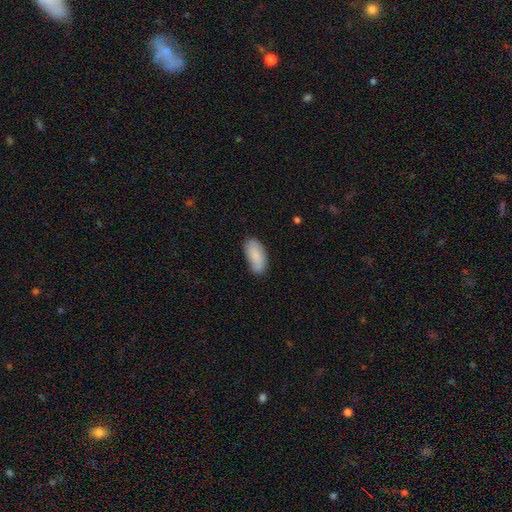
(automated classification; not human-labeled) Q: Smooth or featured?
A: smooth (80%); runner-up: featured or disk (13%)
Q: How rounded?
A: in between (92%); runner-up: cigar-shaped (6%)
Q: Merging?
A: none (77%); runner-up: minor disturbance (18%)